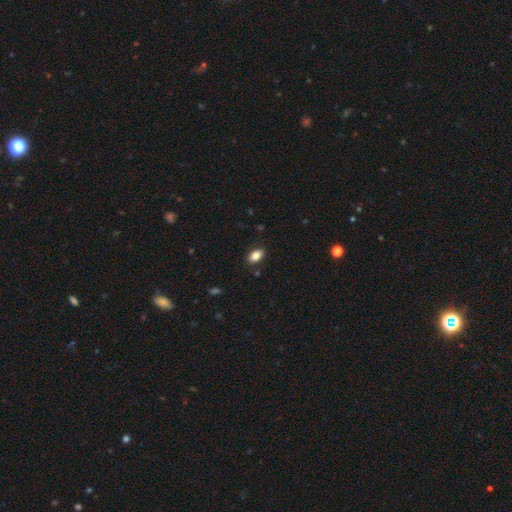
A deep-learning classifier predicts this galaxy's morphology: Smooth or featured? smooth (83%)
How rounded? in between (89%)
Merging? none (86%)